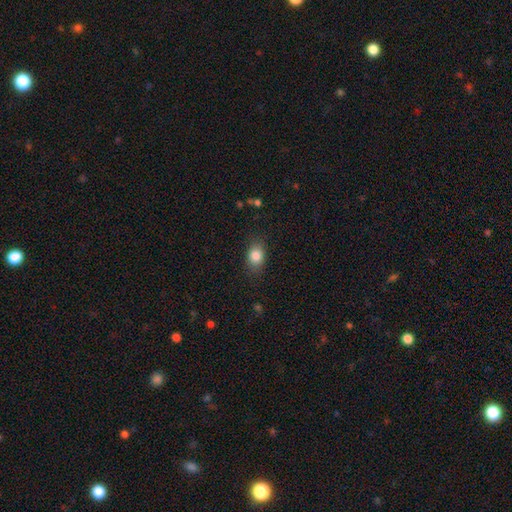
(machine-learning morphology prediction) smooth-or-featured: smooth: 84% | star or artifact: 9% | featured or disk: 7%
  how-rounded: in between: 68% | round: 31% | cigar-shaped: 2%
  merging: none: 82% | minor disturbance: 13% | major disturbance: 4% | merger: 1%